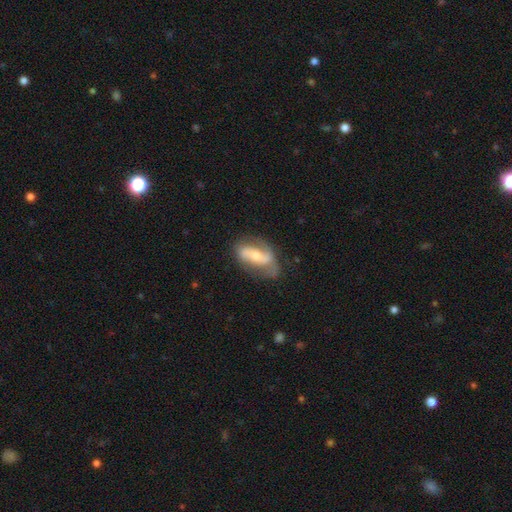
featured or disk 75%, smooth 22%, star or artifact 3%. Down the decision tree: edge-on disk — no (100%); bar — no (48%); spiral arms — yes (74%); spiral arm count — 2 (65%); spiral winding — loose (50%); bulge size — moderate (56%); merging — none (43%).